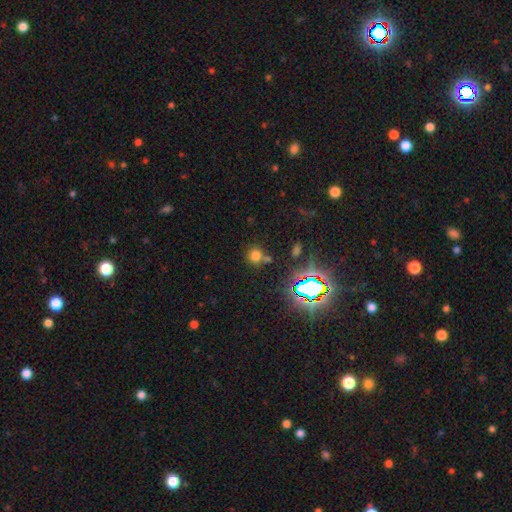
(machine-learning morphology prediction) Smooth or featured?
  - smooth: 64% *
  - star or artifact: 28%
  - featured or disk: 8%
How rounded?
  - round: 85% *
  - in between: 14%
  - cigar-shaped: 1%
Merging?
  - none: 65% *
  - merger: 20%
  - minor disturbance: 11%
  - major disturbance: 5%